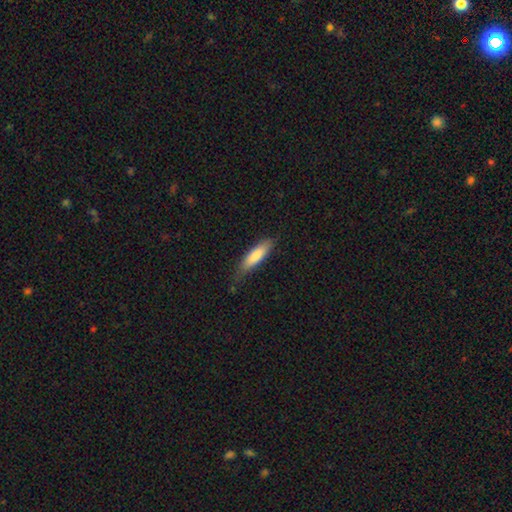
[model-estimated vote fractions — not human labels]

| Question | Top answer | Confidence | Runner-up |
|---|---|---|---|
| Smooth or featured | smooth | 81% | featured or disk (14%) |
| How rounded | cigar-shaped | 62% | in between (37%) |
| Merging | none | 74% | minor disturbance (20%) |